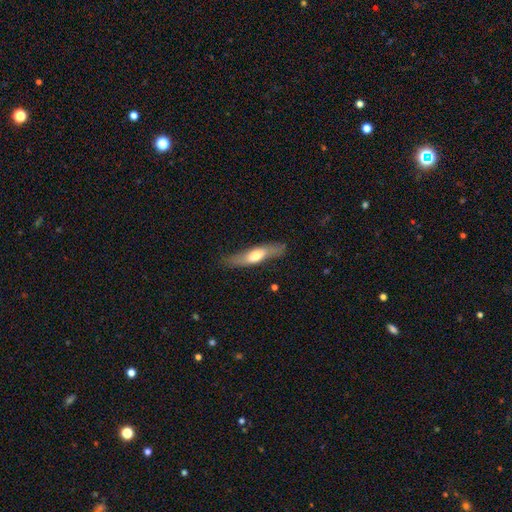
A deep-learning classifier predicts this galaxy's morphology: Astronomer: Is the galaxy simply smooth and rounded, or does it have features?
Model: smooth — 52% (runner-up: featured or disk, 43%).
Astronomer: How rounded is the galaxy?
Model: cigar-shaped — 72%.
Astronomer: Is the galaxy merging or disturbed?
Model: none — 75%.